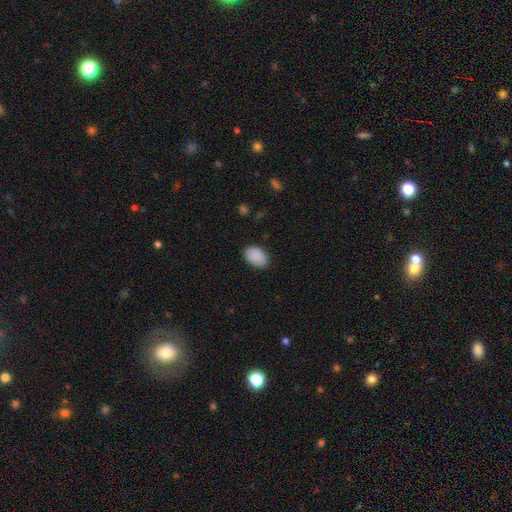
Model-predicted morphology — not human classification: Q: Smooth or featured?
A: smooth (90%); runner-up: star or artifact (7%)
Q: How rounded?
A: in between (88%); runner-up: round (11%)
Q: Merging?
A: none (84%); runner-up: minor disturbance (12%)